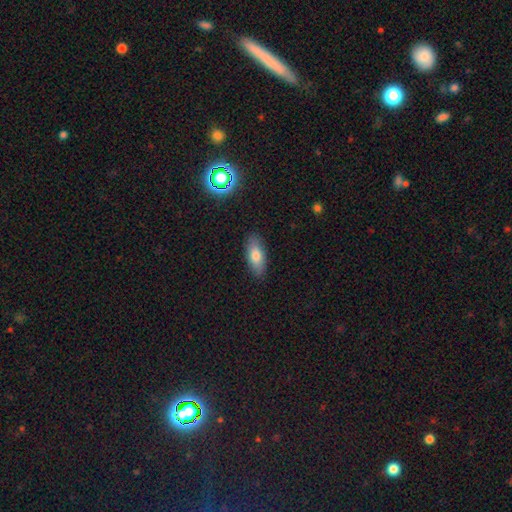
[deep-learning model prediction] Smooth or featured: smooth — 77% (featured or disk — 16%)
How rounded: in between — 82% (cigar-shaped — 15%)
Merging: none — 88% (minor disturbance — 9%)